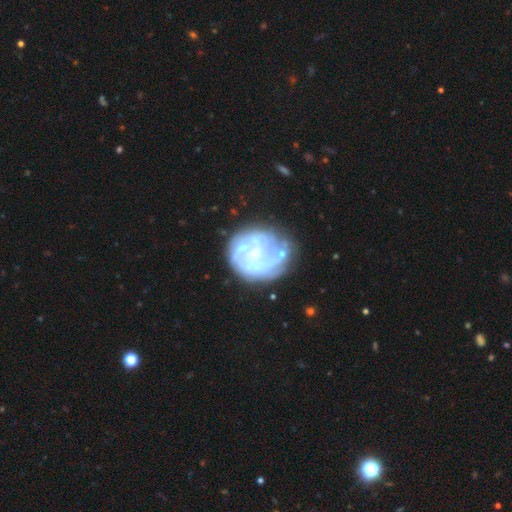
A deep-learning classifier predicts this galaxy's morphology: A featured or disk galaxy (72%) with no bar (83%), no spiral arms (63%) and no central bulge (41%). Merging: none (54%).